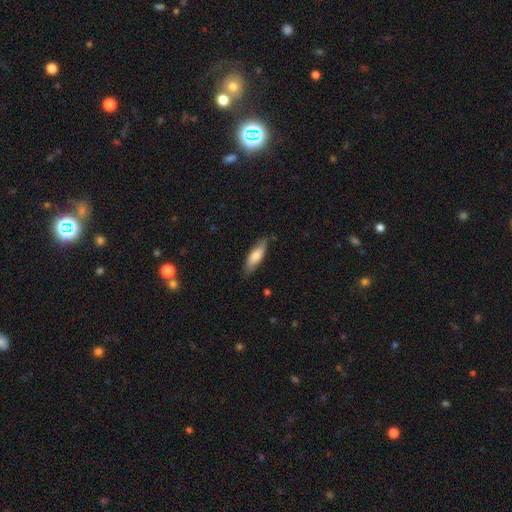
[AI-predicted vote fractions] smooth 71%, featured or disk 23%, star or artifact 6%. Down the decision tree: how rounded — in between (52%); merging — none (79%).